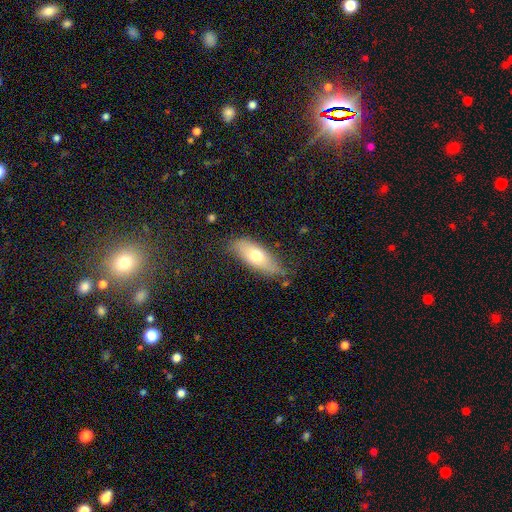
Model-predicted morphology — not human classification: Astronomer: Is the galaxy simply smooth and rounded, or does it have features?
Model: smooth — 66%.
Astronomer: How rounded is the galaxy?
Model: in between — 69%.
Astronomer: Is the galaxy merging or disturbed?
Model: none — 73%.